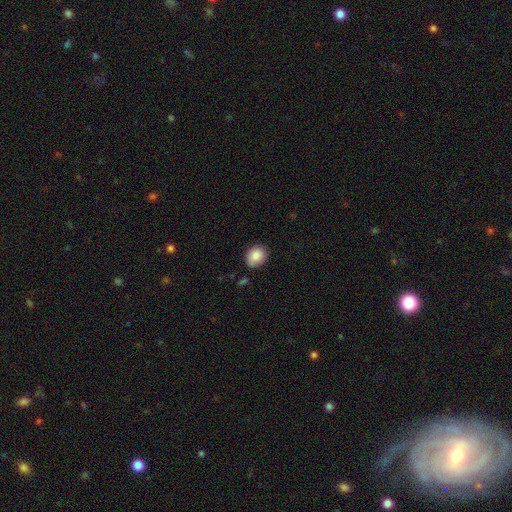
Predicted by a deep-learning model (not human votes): Smooth or featured? Predicted: smooth (p=0.86). How rounded? Predicted: round (p=0.51). Merging? Predicted: none (p=0.79).